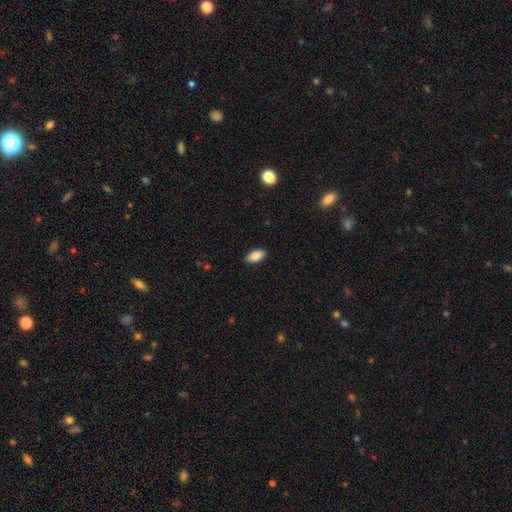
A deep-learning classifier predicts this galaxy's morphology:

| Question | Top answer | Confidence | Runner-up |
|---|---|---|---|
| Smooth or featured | smooth | 85% | featured or disk (9%) |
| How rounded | in between | 91% | cigar-shaped (6%) |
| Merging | none | 89% | minor disturbance (8%) |